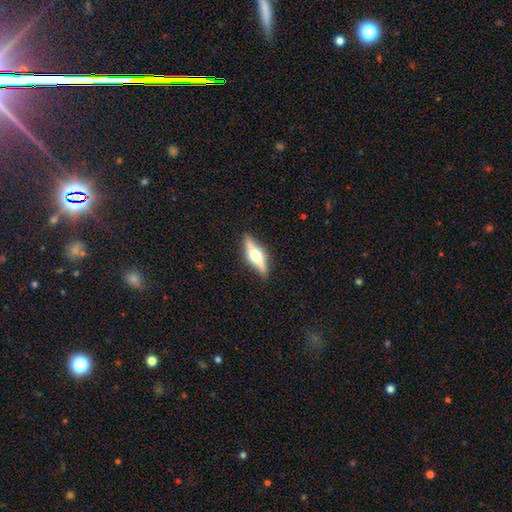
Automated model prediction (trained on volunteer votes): Smooth or featured?
  - featured or disk: 64% *
  - smooth: 30%
  - star or artifact: 6%
Edge-on disk?
  - yes: 93% *
  - no: 7%
Edge-on bulge?
  - rounded: 94% *
  - boxy: 4%
  - none: 2%
Merging?
  - none: 87% *
  - minor disturbance: 10%
  - major disturbance: 2%
  - merger: 1%